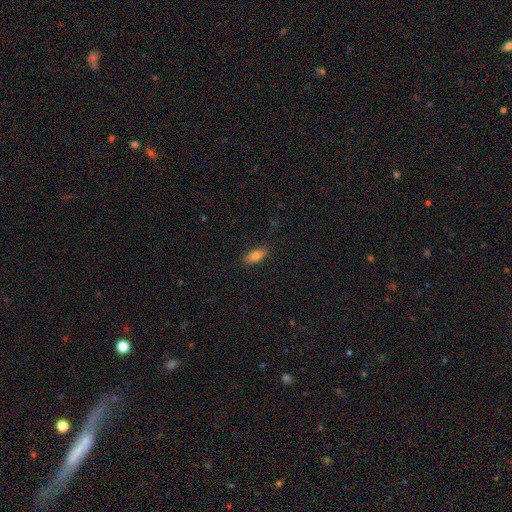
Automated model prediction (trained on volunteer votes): A smooth galaxy with no disk features (80%) that is in between round and cigar-shaped (81%). Merging: none (87%).